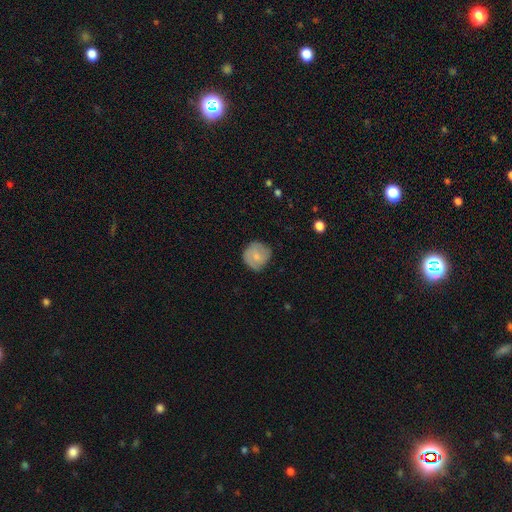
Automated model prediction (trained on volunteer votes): Smooth or featured?
  - smooth: 63% *
  - featured or disk: 30%
  - star or artifact: 7%
How rounded?
  - round: 88% *
  - in between: 11%
  - cigar-shaped: 1%
Merging?
  - none: 70% *
  - minor disturbance: 23%
  - major disturbance: 5%
  - merger: 1%